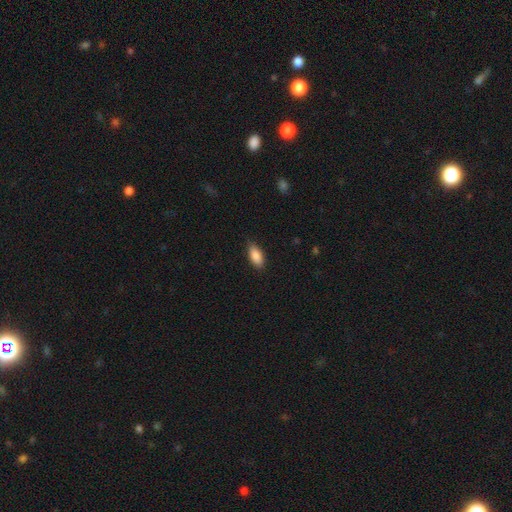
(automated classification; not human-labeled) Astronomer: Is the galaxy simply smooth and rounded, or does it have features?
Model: smooth — 88%.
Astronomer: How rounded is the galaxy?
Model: in between — 87%.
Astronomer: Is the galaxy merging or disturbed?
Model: none — 85%.